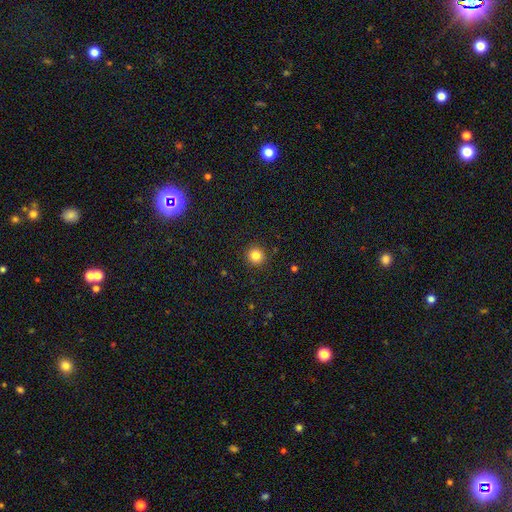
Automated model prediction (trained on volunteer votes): smooth 83%, star or artifact 12%, featured or disk 5%. Down the decision tree: how rounded — round (93%); merging — none (92%).